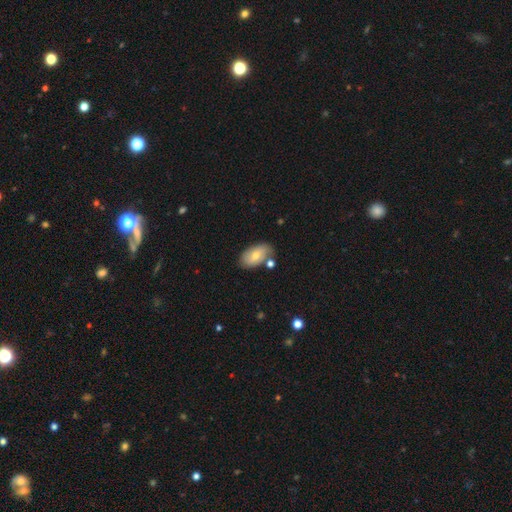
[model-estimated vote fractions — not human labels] Smooth or featured? smooth (64%)
How rounded? in between (92%)
Merging? none (68%)